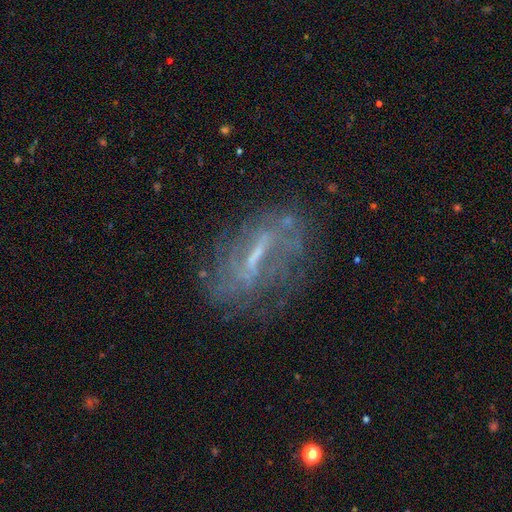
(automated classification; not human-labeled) Smooth or featured?
  - featured or disk: 72% *
  - smooth: 16%
  - star or artifact: 12%
Edge-on disk?
  - no: 81% *
  - yes: 19%
Bar?
  - strong: 50% *
  - weak: 35%
  - no: 15%
Spiral arms?
  - yes: 61% *
  - no: 39%
Bulge size?
  - small: 44% *
  - none: 27%
  - moderate: 25%
  - large: 3%
  - dominant: 1%
Merging?
  - none: 64% *
  - minor disturbance: 19%
  - major disturbance: 14%
  - merger: 3%